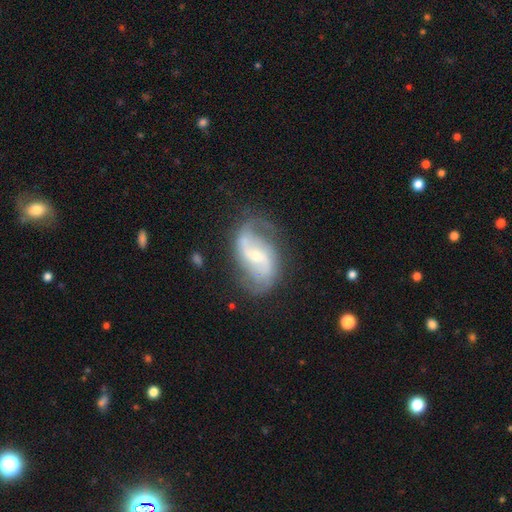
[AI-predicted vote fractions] featured or disk 86%, smooth 8%, star or artifact 6%. Down the decision tree: edge-on disk — no (97%); bar — weak (46%); spiral arms — yes (95%); spiral arm count — 2 (87%); spiral winding — loose (53%); bulge size — small (63%); merging — none (69%).